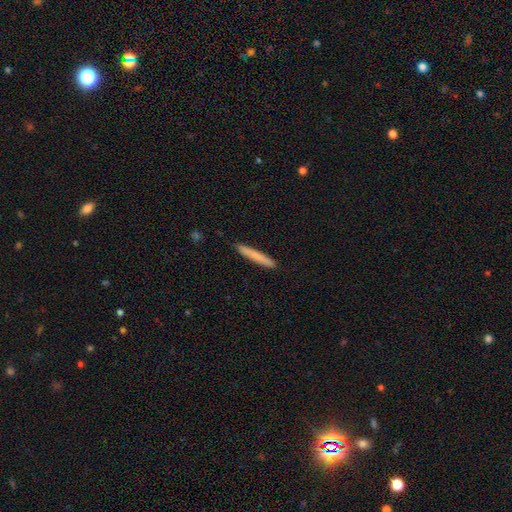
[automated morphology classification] The model was most divided on "smooth or featured": smooth: 76%, featured or disk: 19%, star or artifact: 6%. More confident: how rounded — cigar-shaped (96%); merging — none (92%).